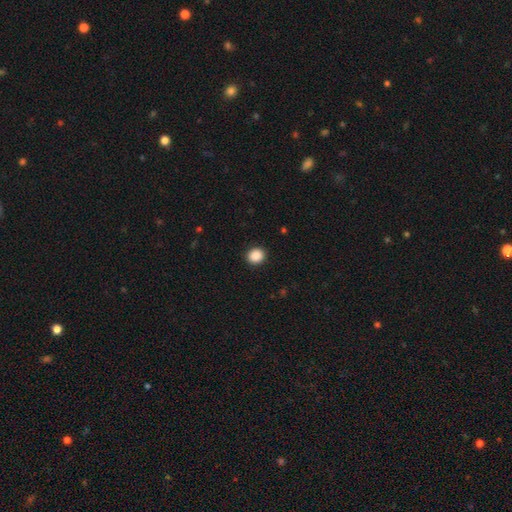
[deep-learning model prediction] The model was most divided on "how rounded": round: 79%, in between: 20%, cigar-shaped: 1%. More confident: merging — none (92%); smooth or featured — smooth (89%).